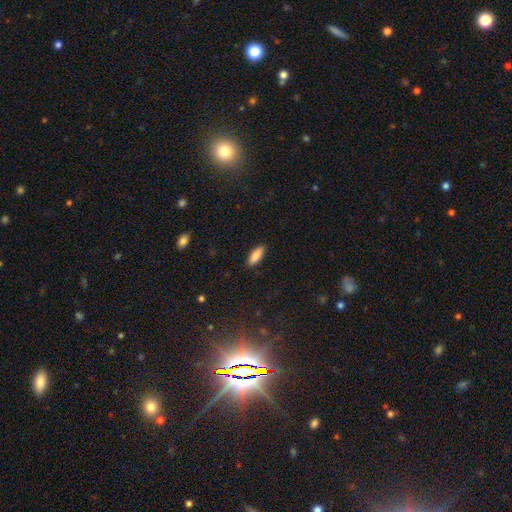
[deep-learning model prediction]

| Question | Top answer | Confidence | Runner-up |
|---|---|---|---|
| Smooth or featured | smooth | 85% | featured or disk (8%) |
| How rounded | in between | 76% | cigar-shaped (22%) |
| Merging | none | 88% | minor disturbance (9%) |